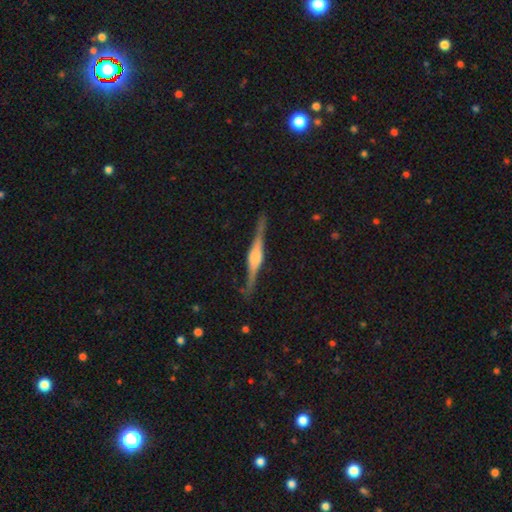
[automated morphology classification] A featured or disk galaxy (86%) viewed edge-on (98%) with a rounded central bulge (65%).

Vote fractions:
- Smooth or featured? featured or disk: 86% / smooth: 9% / star or artifact: 5%
- Edge-on disk? yes: 98% / no: 2%
- Edge-on bulge? rounded: 65% / boxy: 30% / none: 5%
- Merging? none: 88% / minor disturbance: 8% / major disturbance: 2% / merger: 1%